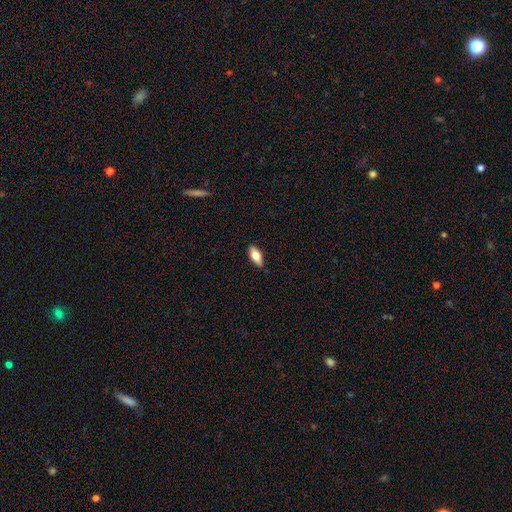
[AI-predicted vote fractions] smooth-or-featured: smooth: 80% | featured or disk: 14% | star or artifact: 6%
  how-rounded: in between: 85% | cigar-shaped: 12% | round: 2%
  merging: none: 87% | minor disturbance: 10% | major disturbance: 2% | merger: 1%